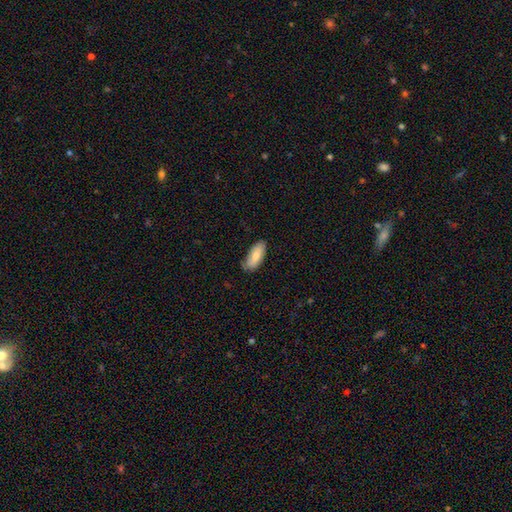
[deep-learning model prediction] A smooth galaxy with no disk features (79%) that is in between round and cigar-shaped (81%).

Vote fractions:
- Smooth or featured? smooth: 79% / featured or disk: 15% / star or artifact: 6%
- How rounded? in between: 81% / cigar-shaped: 17% / round: 2%
- Merging? none: 73% / minor disturbance: 22% / major disturbance: 3% / merger: 1%